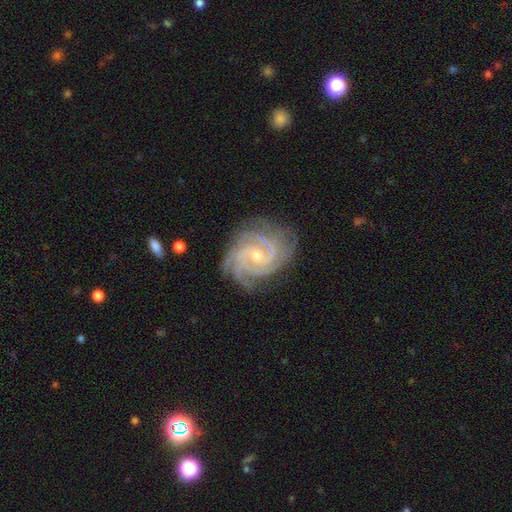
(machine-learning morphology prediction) This is clearly a featured or disk galaxy (92%). It is clearly not viewed edge-on (98%). Bar: possibly no (53%). Spiral arm pattern: clearly yes (99%). Spiral arm count: marginally 3 (31%). Spiral winding: likely tight (73%). Central bulge: possibly small (54%). Merging: likely none (77%).